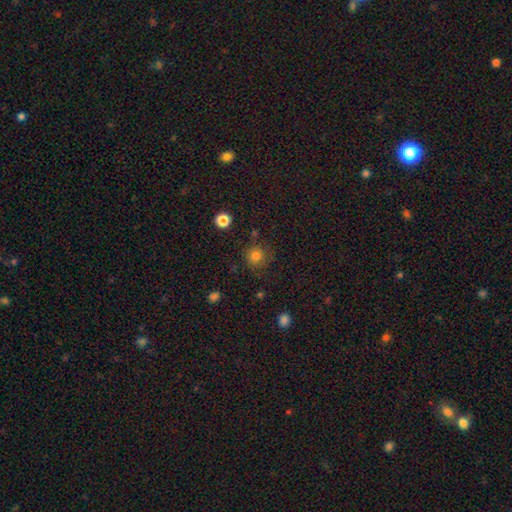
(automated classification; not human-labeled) smooth 80%, star or artifact 14%, featured or disk 6%. Down the decision tree: how rounded — round (92%); merging — none (78%).